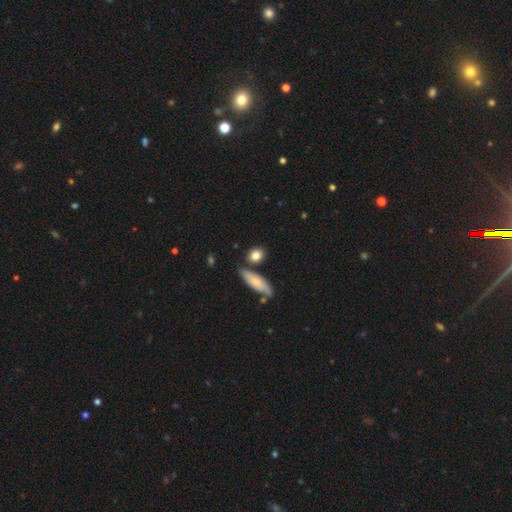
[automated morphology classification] type=smooth (83%); roundness=round (55%); merging=none (73%).